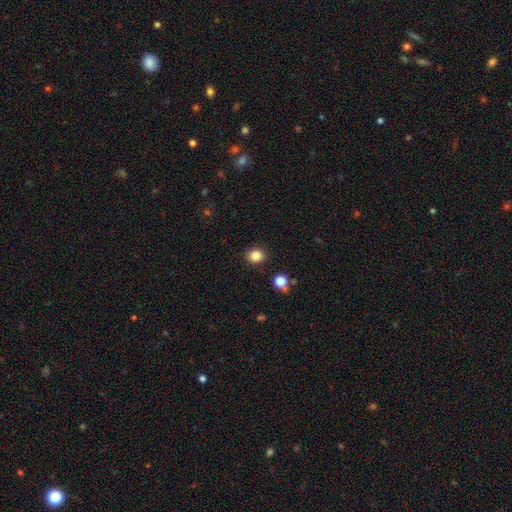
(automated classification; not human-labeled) Q: Smooth or featured?
A: smooth (83%); runner-up: star or artifact (12%)
Q: How rounded?
A: round (71%); runner-up: in between (28%)
Q: Merging?
A: none (89%); runner-up: minor disturbance (7%)